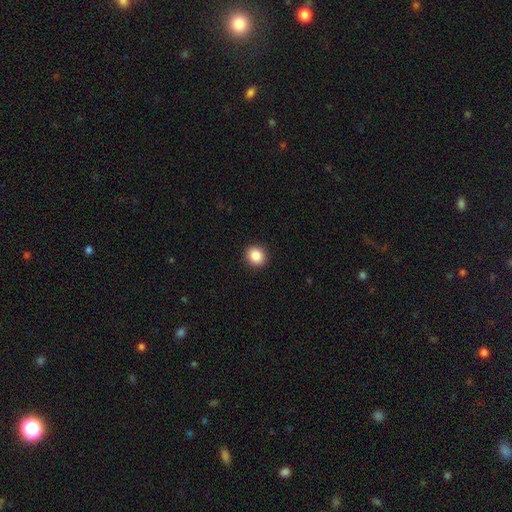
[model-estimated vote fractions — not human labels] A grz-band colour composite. It shows a smooth galaxy with no disk features (87%) that is round (86%). Merging: none (92%).